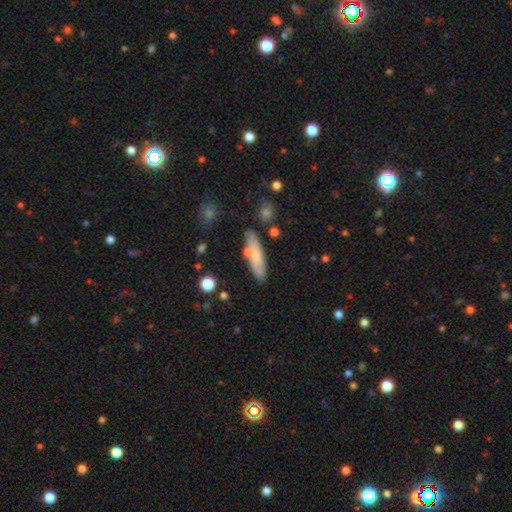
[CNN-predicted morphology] This is likely a smooth galaxy (68%). How rounded: likely cigar-shaped (63%). Merging: likely none (75%).